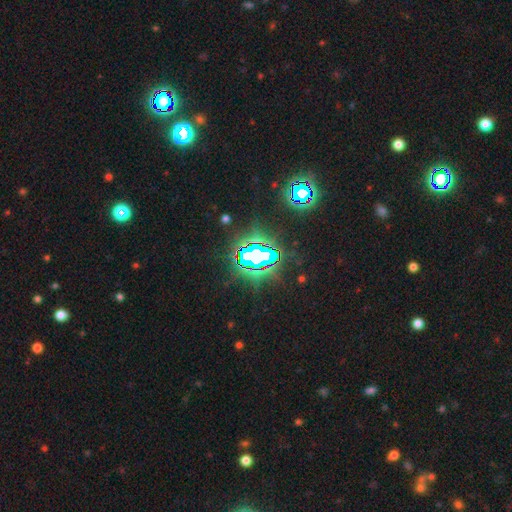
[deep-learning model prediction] The model was most divided on "smooth or featured": star or artifact: 76%, featured or disk: 12%, smooth: 12%.